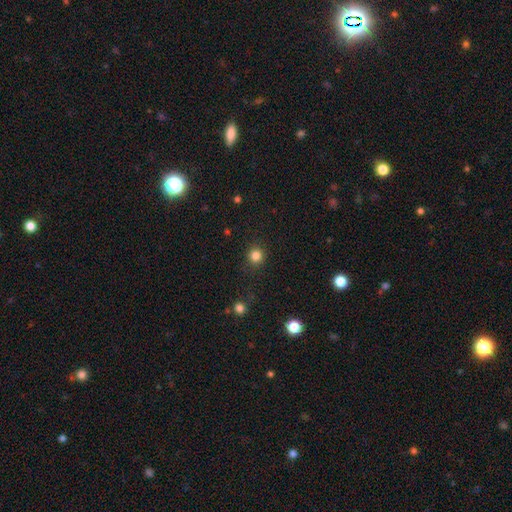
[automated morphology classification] Smooth or featured? smooth (82%)
How rounded? round (92%)
Merging? none (90%)